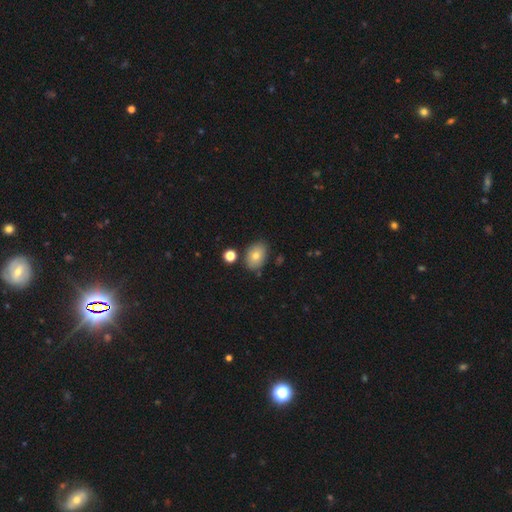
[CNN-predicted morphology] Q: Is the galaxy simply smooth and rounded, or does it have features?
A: smooth — 77%.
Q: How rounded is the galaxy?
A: in between — 78%.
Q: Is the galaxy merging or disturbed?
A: none — 80%.